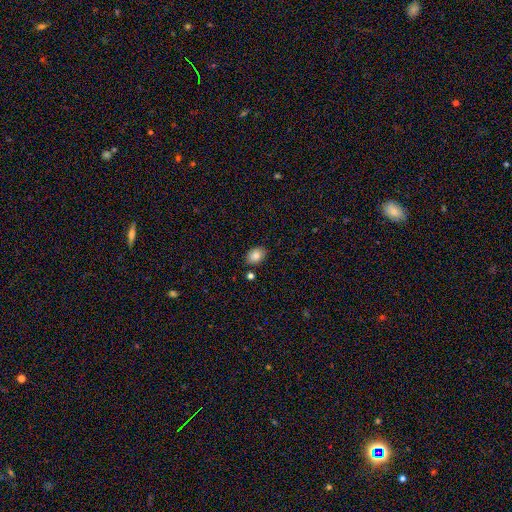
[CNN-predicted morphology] Smooth or featured? Predicted: smooth (p=0.85). How rounded? Predicted: in between (p=0.72). Merging? Predicted: none (p=0.84).